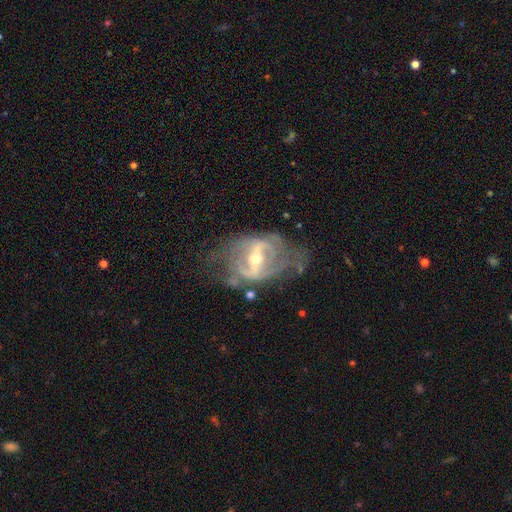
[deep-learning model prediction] Overall: featured or disk (85%). Edge-on disk: no (93%). Bar: strong (61%; weak 28%). Spiral arms: yes (71%). Spiral arm count: 2 (54%; can't tell 31%). Spiral winding: medium (39%; tight 35%). Bulge size: moderate (50%; small 46%). Merging: none (50%; major disturbance 24%).